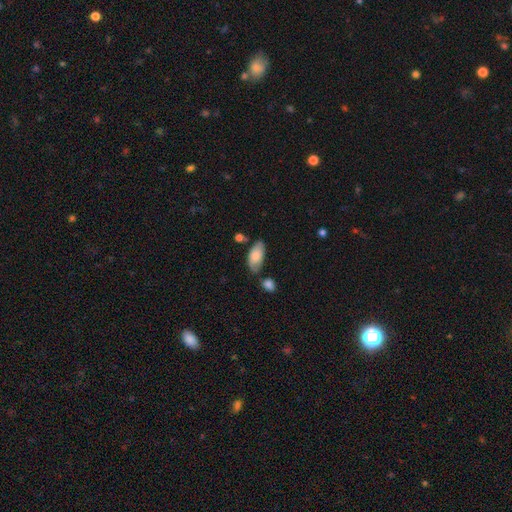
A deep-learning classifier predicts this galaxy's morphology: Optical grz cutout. It shows a smooth galaxy with no disk features (81%) that is in between round and cigar-shaped (93%). Merging: none (63%).